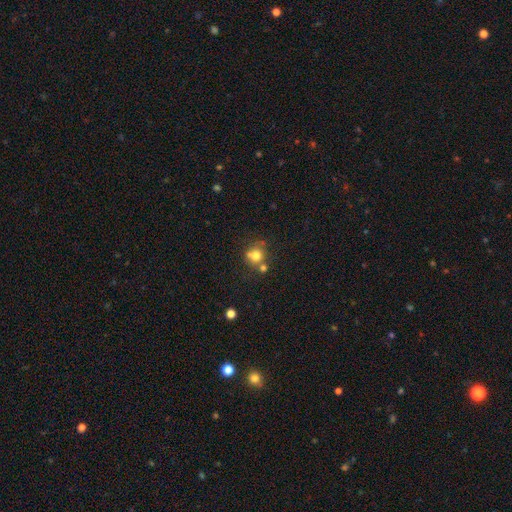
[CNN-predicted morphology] The model was most divided on "merging": none: 51%, merger: 31%, minor disturbance: 13%, major disturbance: 6%. More confident: how rounded — round (82%); smooth or featured — smooth (74%).